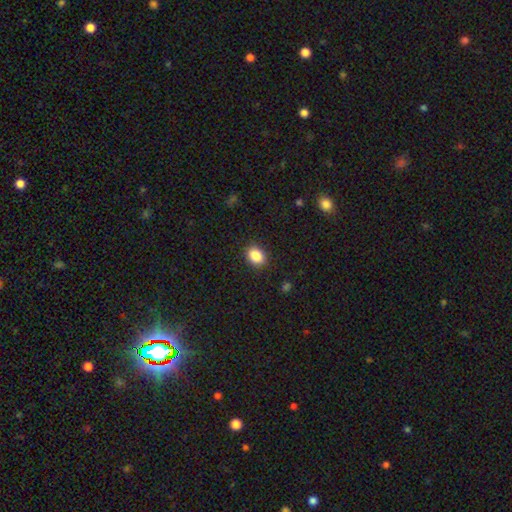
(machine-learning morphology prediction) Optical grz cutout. It shows a smooth galaxy with no disk features (86%) that is in between round and cigar-shaped (61%). Merging: none (88%).